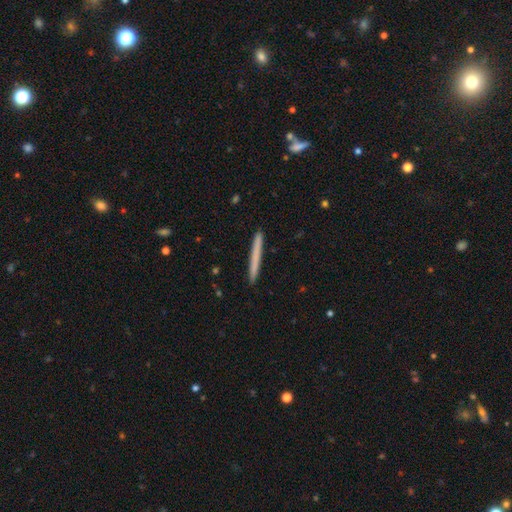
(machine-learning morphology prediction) Smooth or featured? smooth (67%)
How rounded? cigar-shaped (97%)
Merging? none (92%)